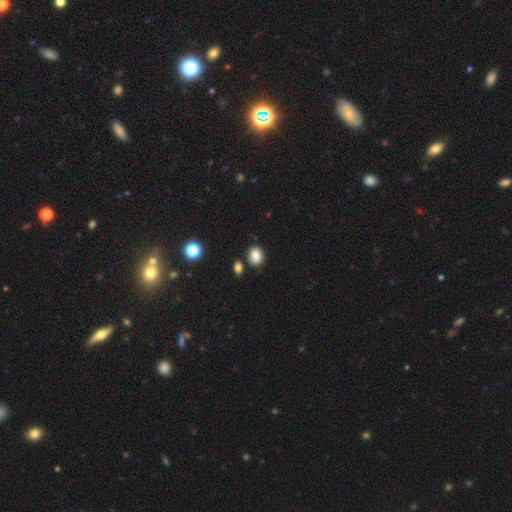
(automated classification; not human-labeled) smooth-or-featured: smooth: 85% | star or artifact: 10% | featured or disk: 5%
  how-rounded: in between: 52% | round: 47% | cigar-shaped: 1%
  merging: none: 75% | minor disturbance: 13% | merger: 8% | major disturbance: 3%